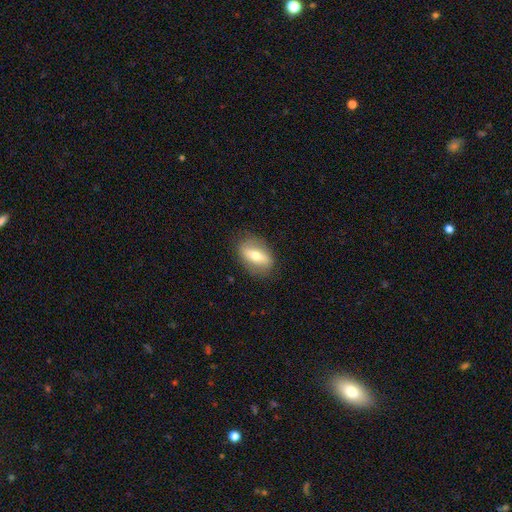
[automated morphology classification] Smooth or featured: smooth — 50% (featured or disk — 43%)
Merging: none — 82% (minor disturbance — 13%)